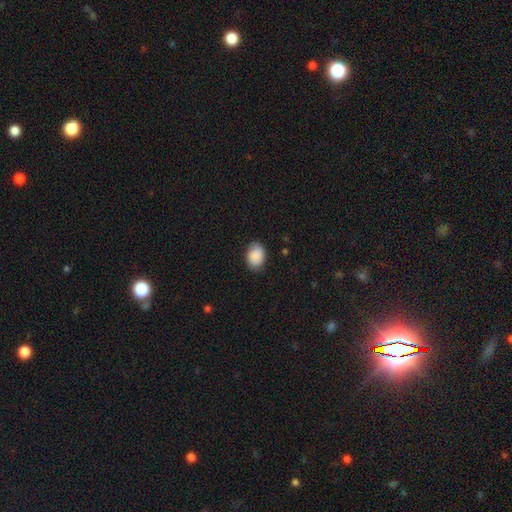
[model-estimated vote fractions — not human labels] This appears to be a smooth galaxy with no disk features (90%) that is in between round and cigar-shaped (79%). Merging: none (84%).